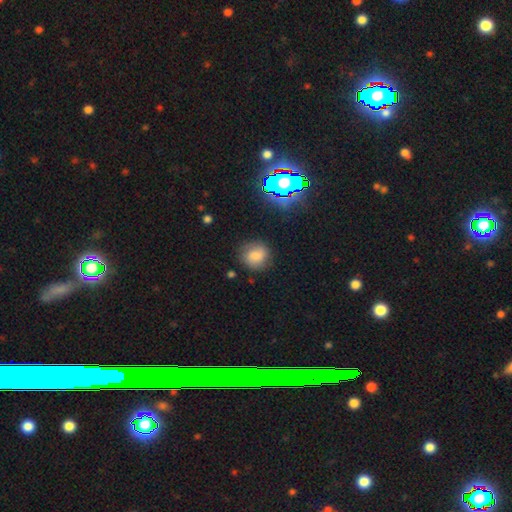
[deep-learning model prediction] smooth 72%, featured or disk 14%, star or artifact 14%. Down the decision tree: how rounded — round (79%); merging — none (77%).